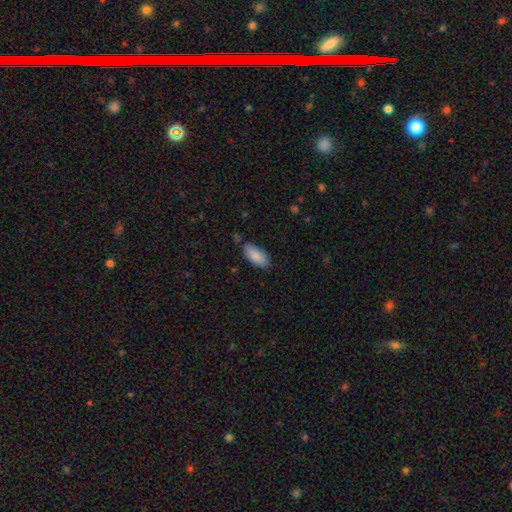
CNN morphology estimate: The model was most divided on "merging": none: 75%, minor disturbance: 19%, major disturbance: 3%, merger: 3%. More confident: how rounded — in between (91%); smooth or featured — smooth (88%).